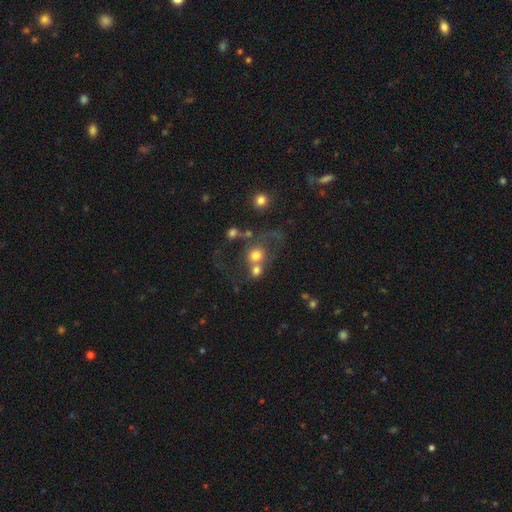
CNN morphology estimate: smooth 61%, featured or disk 24%, star or artifact 14%. Down the decision tree: how rounded — round (79%); merging — merger (52%).